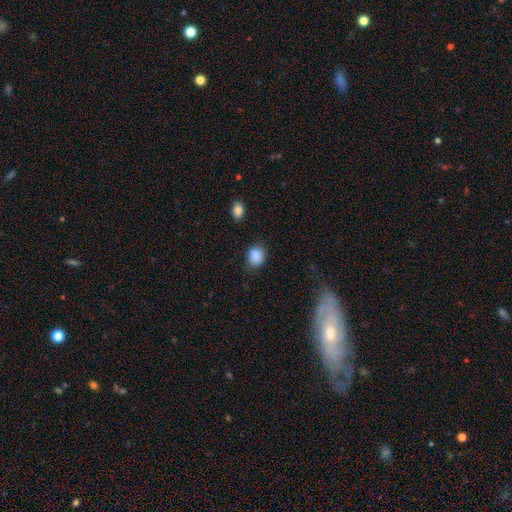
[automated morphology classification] type=smooth (87%); roundness=round (50%); merging=none (69%).